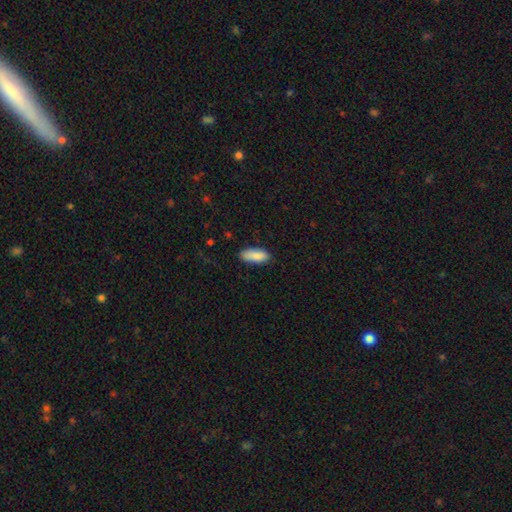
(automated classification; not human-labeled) Morphology: type=smooth (88%); roundness=in between (80%); merging=none (80%).